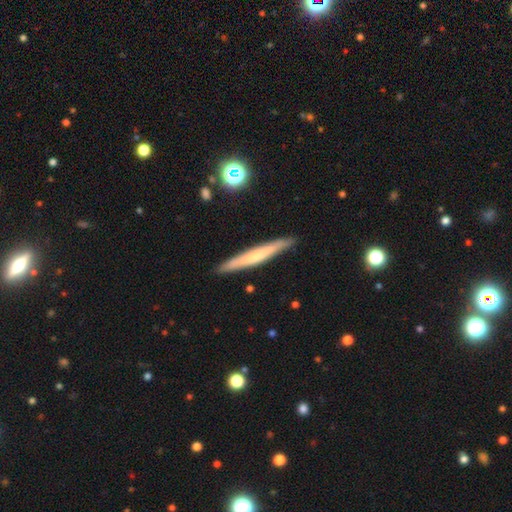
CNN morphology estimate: A smooth galaxy with no disk features (52%) that is cigar-shaped (96%).

Vote fractions:
- Smooth or featured? smooth: 52% / featured or disk: 42% / star or artifact: 6%
- How rounded? cigar-shaped: 96% / in between: 3% / round: 1%
- Merging? none: 89% / minor disturbance: 8% / major disturbance: 1% / merger: 1%